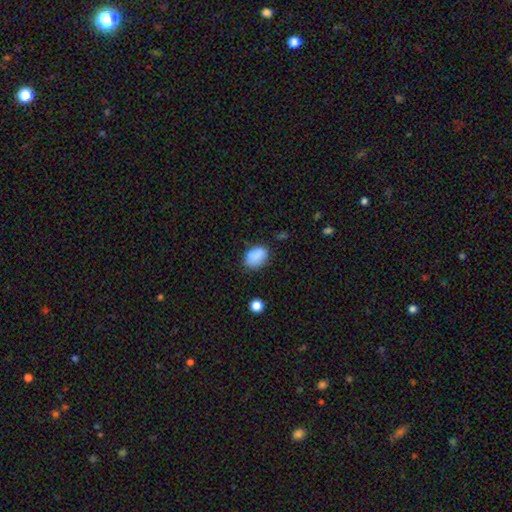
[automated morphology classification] A smooth galaxy with no disk features (87%) that is in between round and cigar-shaped (77%). Merging: none (74%).